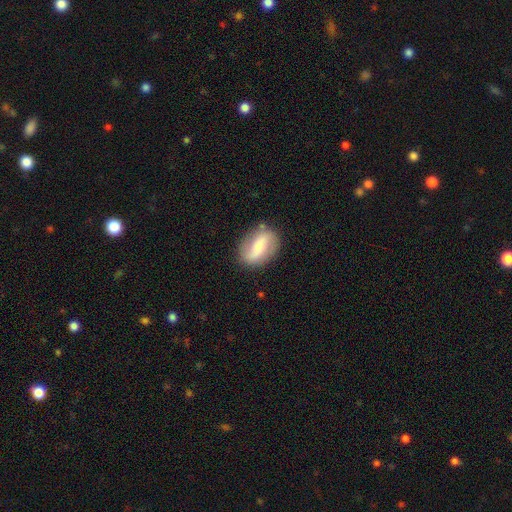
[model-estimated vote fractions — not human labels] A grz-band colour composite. It shows a featured or disk galaxy (53%). Merging: none (83%).